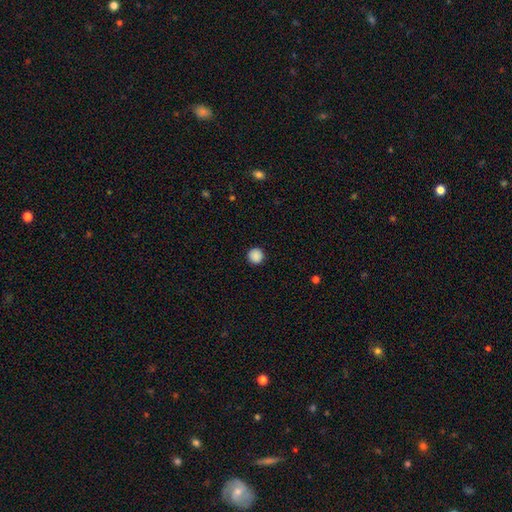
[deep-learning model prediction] Smooth or featured? smooth (89%)
How rounded? round (96%)
Merging? none (93%)